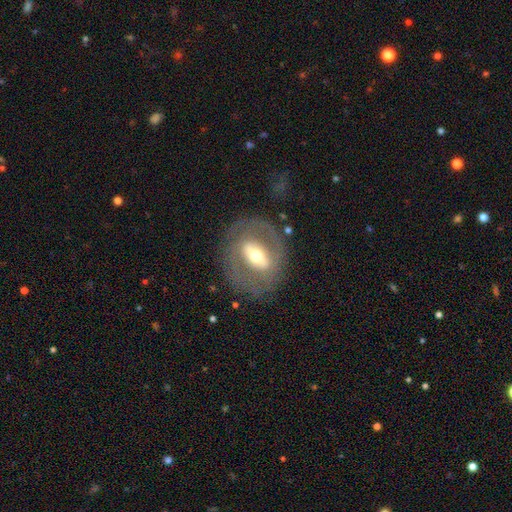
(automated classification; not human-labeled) This appears to be a featured or disk galaxy (66%) with a strong bar (49%), no spiral arms (68%) and a moderate central bulge (61%). Merging: none (75%).